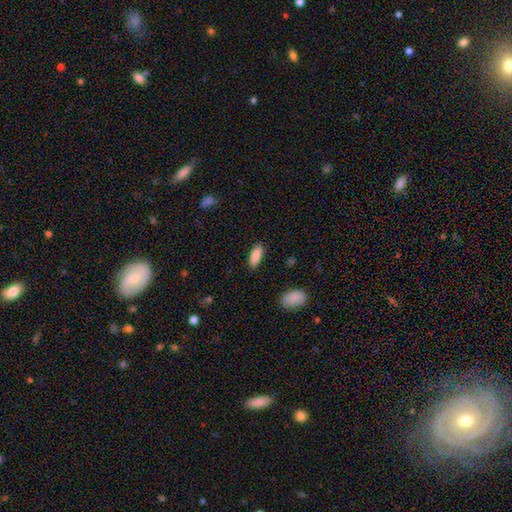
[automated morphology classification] Q: Smooth or featured?
A: smooth (87%); runner-up: featured or disk (7%)
Q: How rounded?
A: in between (75%); runner-up: cigar-shaped (23%)
Q: Merging?
A: none (87%); runner-up: minor disturbance (9%)